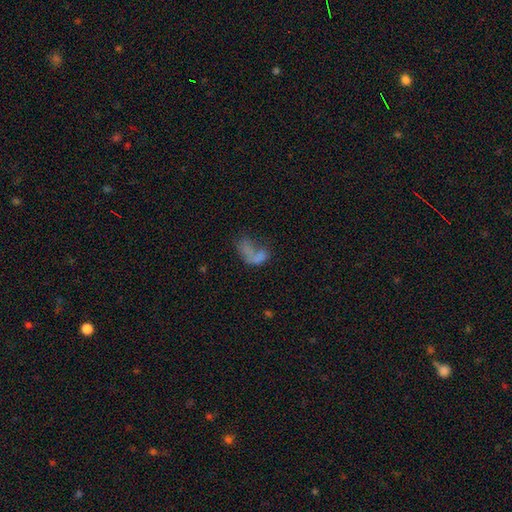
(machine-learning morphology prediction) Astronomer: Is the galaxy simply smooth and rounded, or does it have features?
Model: smooth — 55%.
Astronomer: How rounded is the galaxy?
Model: in between — 83%.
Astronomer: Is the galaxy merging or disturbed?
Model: major disturbance — 38% (runner-up: merger, 26%).